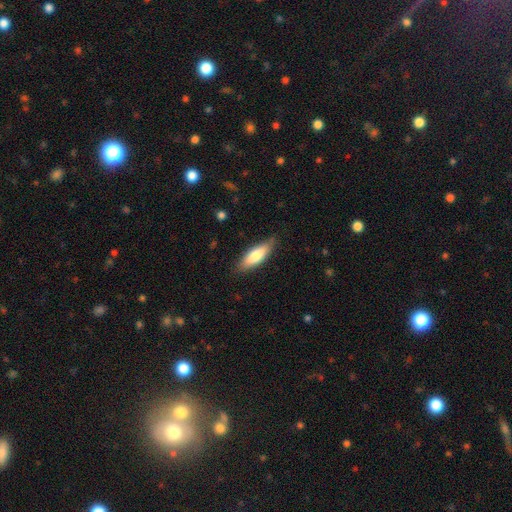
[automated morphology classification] Smooth or featured? Predicted: smooth (p=0.76). How rounded? Predicted: in between (p=0.55). Merging? Predicted: none (p=0.82).